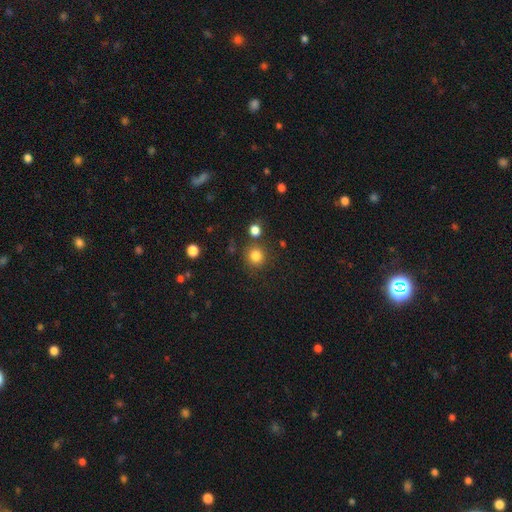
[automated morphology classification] smooth-or-featured: smooth: 82% | star or artifact: 13% | featured or disk: 5%
  how-rounded: round: 91% | in between: 8% | cigar-shaped: 1%
  merging: none: 82% | minor disturbance: 8% | merger: 7% | major disturbance: 3%